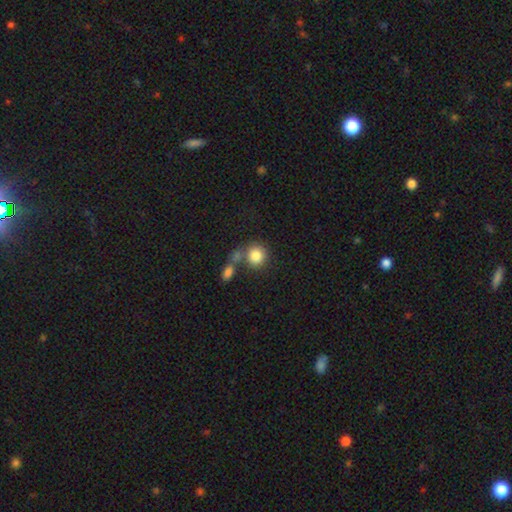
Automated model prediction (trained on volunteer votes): The model was most divided on "merging": none: 53%, merger: 30%, minor disturbance: 11%, major disturbance: 5%. More confident: how rounded — round (85%); smooth or featured — smooth (82%).